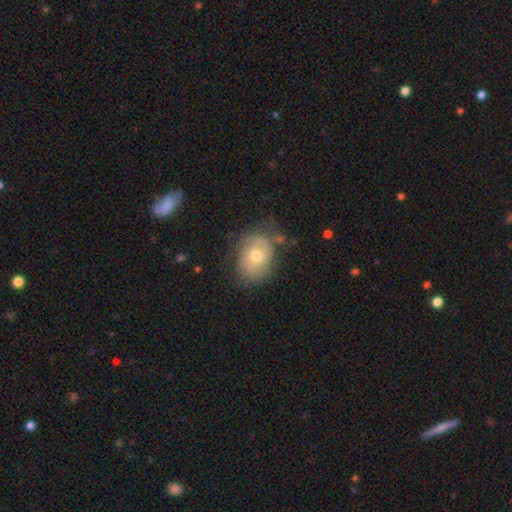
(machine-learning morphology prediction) This is possibly a smooth galaxy (55%). How rounded: possibly in between (55%). Merging: likely none (61%).